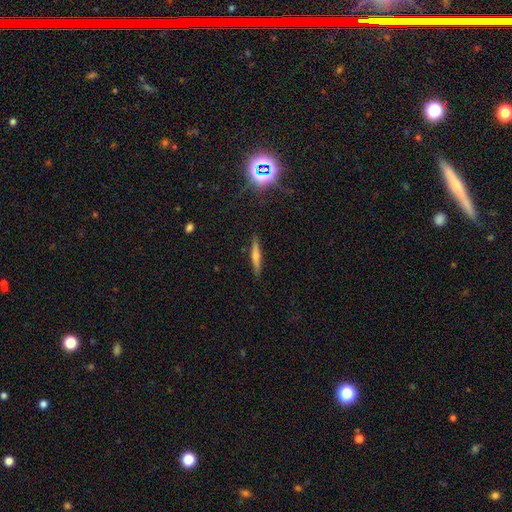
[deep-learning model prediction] Morphology: type=featured or disk (49%); merging=none (89%).